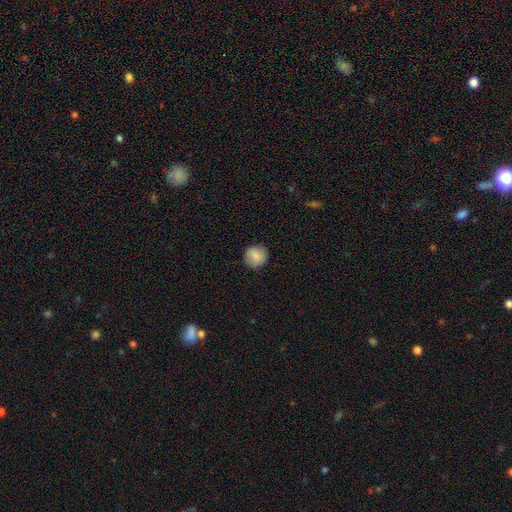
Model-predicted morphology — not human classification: Overall: smooth (83%). How rounded: round (91%). Merging: none (86%).